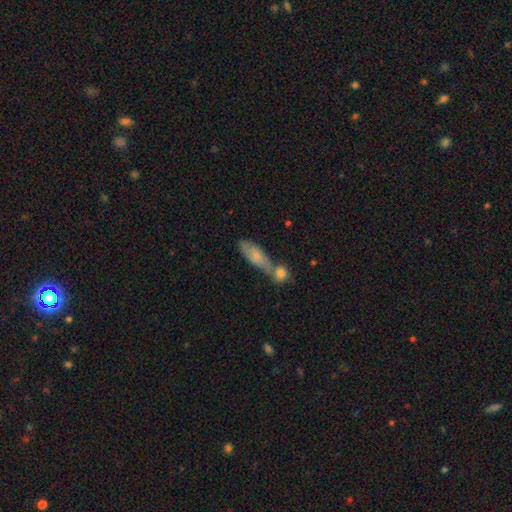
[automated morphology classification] The model was most divided on "merging": merger: 48%, none: 33%, minor disturbance: 14%, major disturbance: 6%. More confident: smooth or featured — smooth (65%); how rounded — in between (64%).